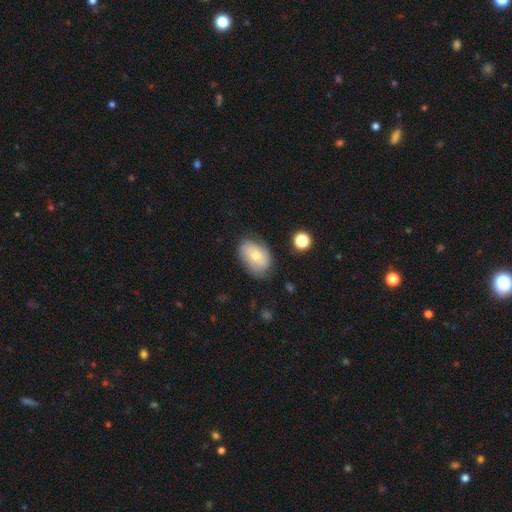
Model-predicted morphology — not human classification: Smooth or featured? smooth (62%)
How rounded? in between (84%)
Merging? none (70%)